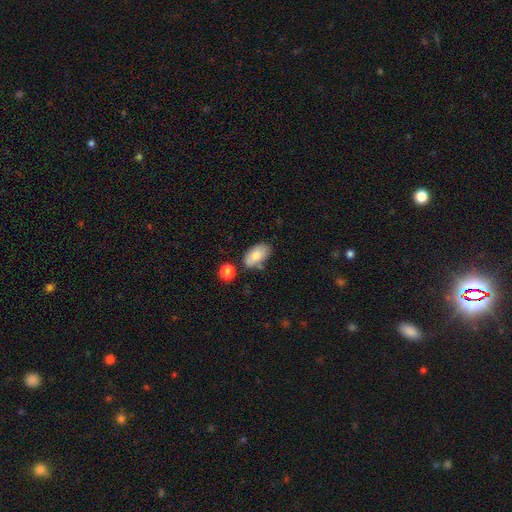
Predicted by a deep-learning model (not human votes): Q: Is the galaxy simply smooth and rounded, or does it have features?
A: smooth — 74%.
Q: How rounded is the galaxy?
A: in between — 92%.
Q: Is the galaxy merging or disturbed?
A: none — 64%.